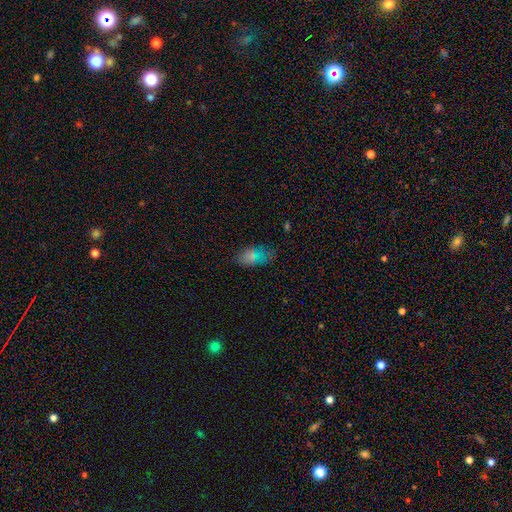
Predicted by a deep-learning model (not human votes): This appears to be a smooth galaxy with no disk features (70%) that is in between round and cigar-shaped (88%). Merging: none (62%).